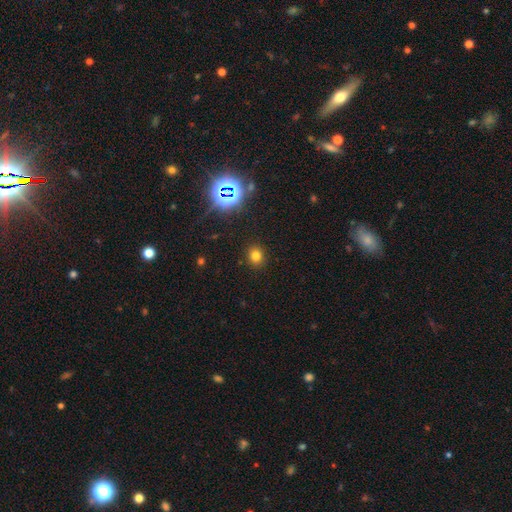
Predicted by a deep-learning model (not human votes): Q: Smooth or featured?
A: smooth (73%); runner-up: star or artifact (20%)
Q: How rounded?
A: round (77%); runner-up: in between (22%)
Q: Merging?
A: none (89%); runner-up: minor disturbance (7%)